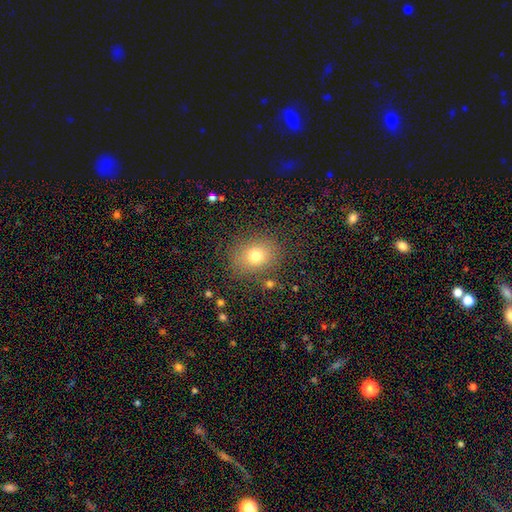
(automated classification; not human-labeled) The model was most divided on "how rounded": round: 59%, in between: 40%, cigar-shaped: 1%. More confident: merging — none (83%); smooth or featured — smooth (75%).